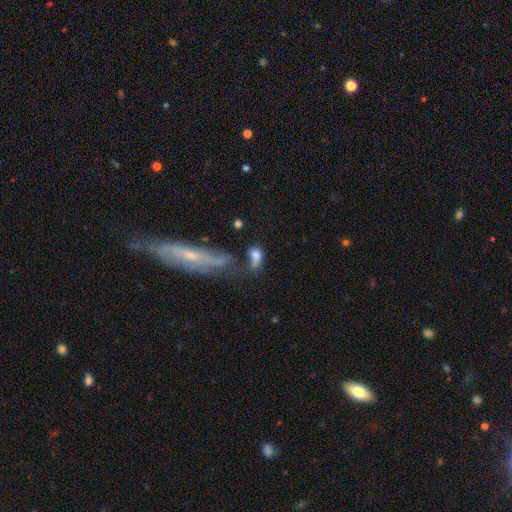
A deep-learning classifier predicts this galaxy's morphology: The model was most divided on "merging": merger: 30%, none: 28%, major disturbance: 23%, minor disturbance: 18%. More confident: how rounded — in between (73%); smooth or featured — smooth (69%).